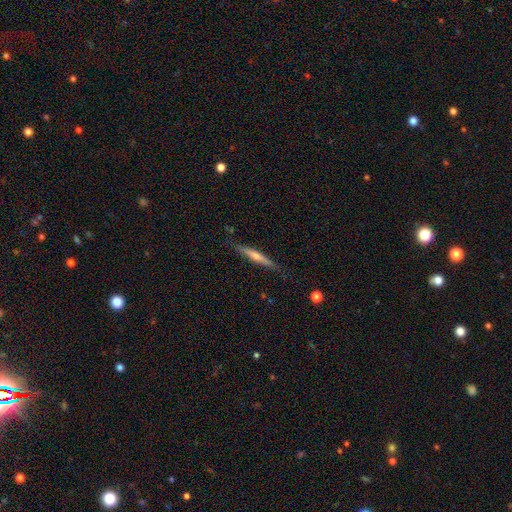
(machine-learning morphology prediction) Q: Smooth or featured?
A: featured or disk (57%); runner-up: smooth (37%)
Q: Edge-on disk?
A: yes (96%); runner-up: no (4%)
Q: Edge-on bulge?
A: rounded (61%); runner-up: none (32%)
Q: Merging?
A: none (85%); runner-up: minor disturbance (11%)